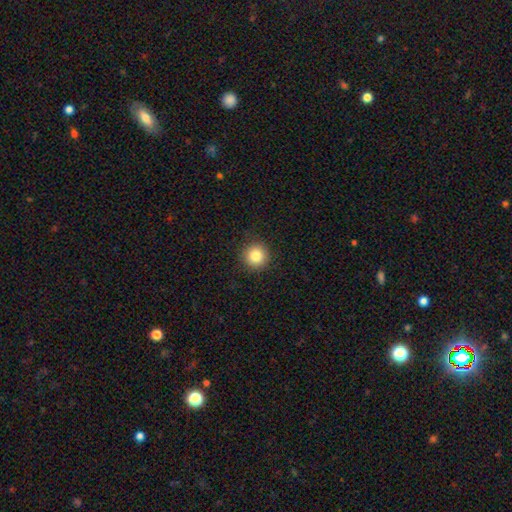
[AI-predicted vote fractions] smooth_or_featured: smooth (p=0.85) [alt: star or artifact p=0.10]
how_rounded: round (p=0.95) [alt: in between p=0.04]
merging: none (p=0.91) [alt: minor disturbance p=0.06]